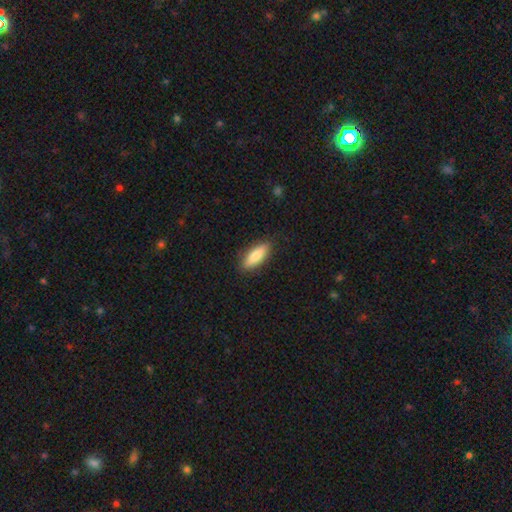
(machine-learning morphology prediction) This appears to be a smooth galaxy with no disk features (80%) that is in between round and cigar-shaped (56%). Merging: none (87%).